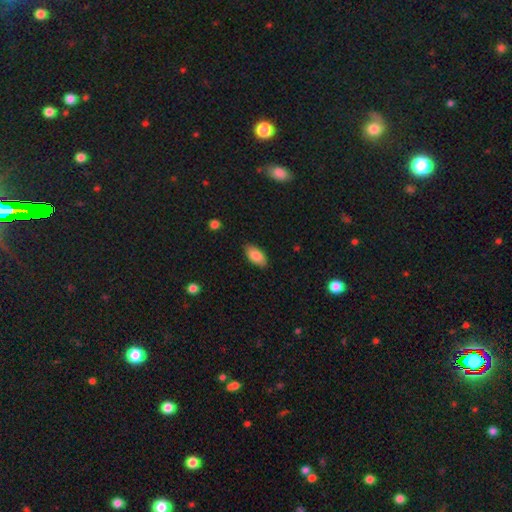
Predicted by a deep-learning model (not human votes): The model was most divided on "merging": none: 86%, minor disturbance: 11%, major disturbance: 2%, merger: 1%. More confident: how rounded — in between (93%); smooth or featured — smooth (84%).